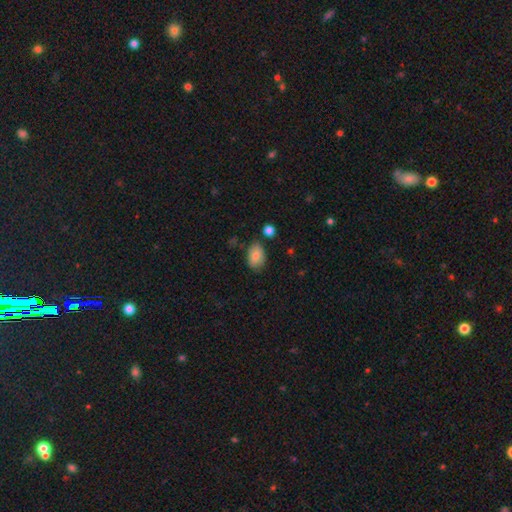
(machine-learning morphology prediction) smooth-or-featured: smooth: 82% | featured or disk: 10% | star or artifact: 8%
  how-rounded: in between: 87% | round: 12% | cigar-shaped: 1%
  merging: none: 76% | minor disturbance: 17% | merger: 3% | major disturbance: 3%